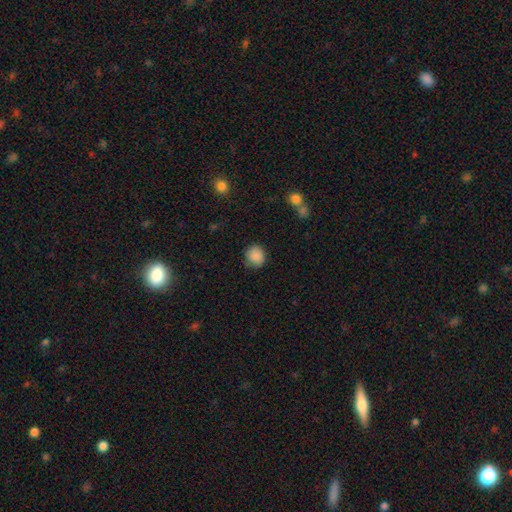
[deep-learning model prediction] smooth 88%, star or artifact 9%, featured or disk 4%. Down the decision tree: how rounded — round (83%); merging — none (79%).